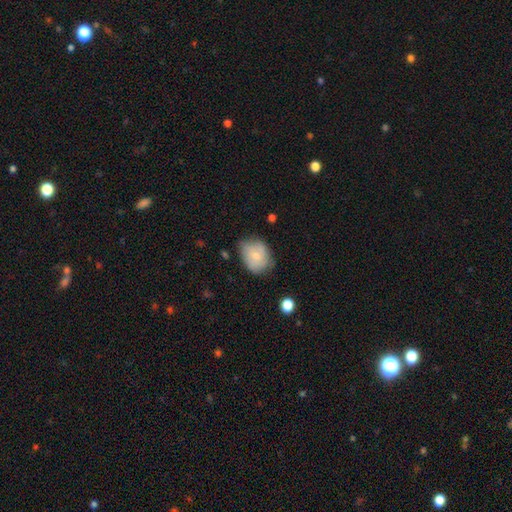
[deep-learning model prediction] Q: Smooth or featured?
A: smooth (67%); runner-up: featured or disk (26%)
Q: How rounded?
A: in between (53%); runner-up: round (47%)
Q: Merging?
A: none (58%); runner-up: minor disturbance (32%)